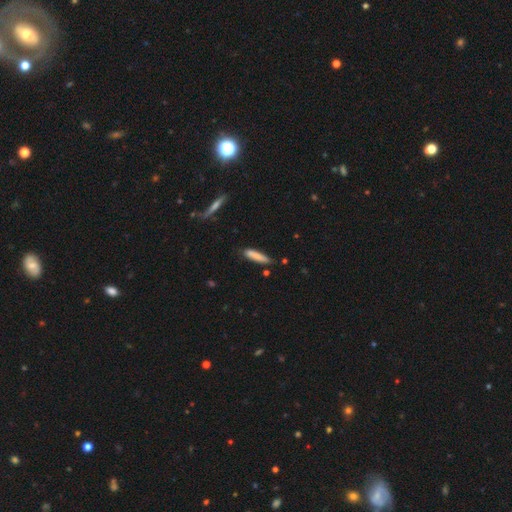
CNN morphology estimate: smooth-or-featured: smooth: 81% | featured or disk: 13% | star or artifact: 7%
  how-rounded: cigar-shaped: 84% | in between: 15% | round: 1%
  merging: none: 73% | minor disturbance: 21% | merger: 3% | major disturbance: 3%